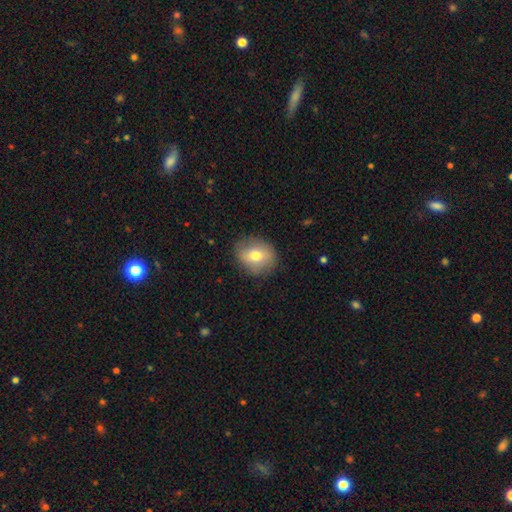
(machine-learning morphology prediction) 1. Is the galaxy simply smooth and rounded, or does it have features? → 71% smooth, 20% featured or disk, 9% star or artifact.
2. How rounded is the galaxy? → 67% round, 32% in between, 1% cigar-shaped.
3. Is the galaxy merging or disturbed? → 84% none, 12% minor disturbance, 3% major disturbance, 1% merger.